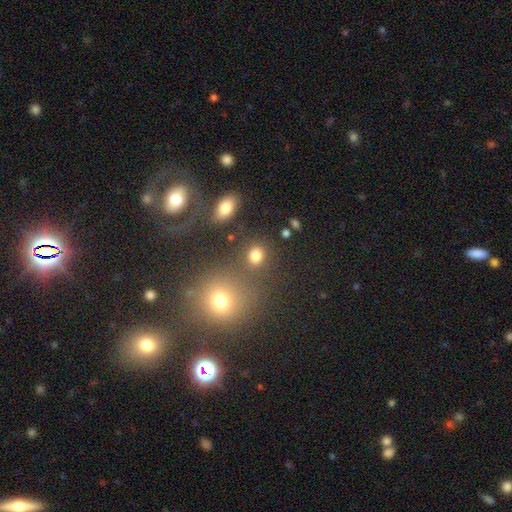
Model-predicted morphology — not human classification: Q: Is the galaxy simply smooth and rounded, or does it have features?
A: smooth — 80%.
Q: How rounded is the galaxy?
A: round — 66%.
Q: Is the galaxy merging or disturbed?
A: none — 75%.